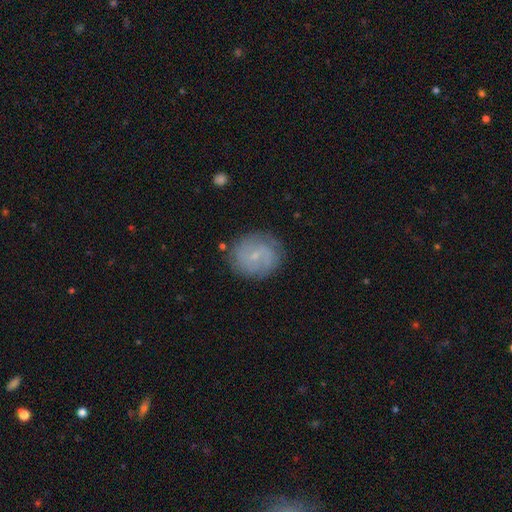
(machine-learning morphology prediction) The model was most divided on "bar": no: 56%, weak: 38%, strong: 6%. More confident: edge-on disk — no (97%); spiral arms — yes (83%); bulge size — small (81%); merging — none (79%); smooth or featured — featured or disk (59%).